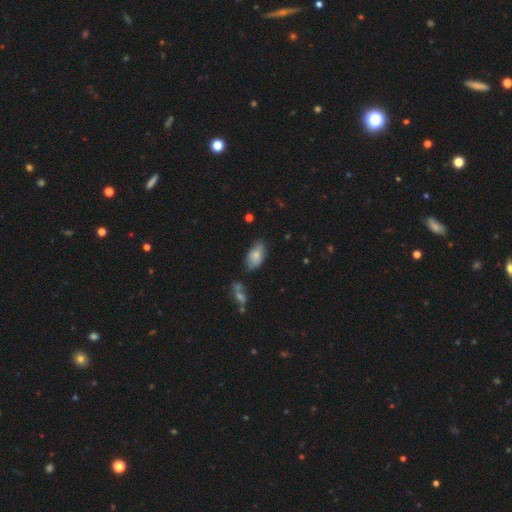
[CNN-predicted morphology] Q: Smooth or featured?
A: smooth (78%); runner-up: featured or disk (15%)
Q: How rounded?
A: in between (92%); runner-up: cigar-shaped (4%)
Q: Merging?
A: none (65%); runner-up: minor disturbance (25%)